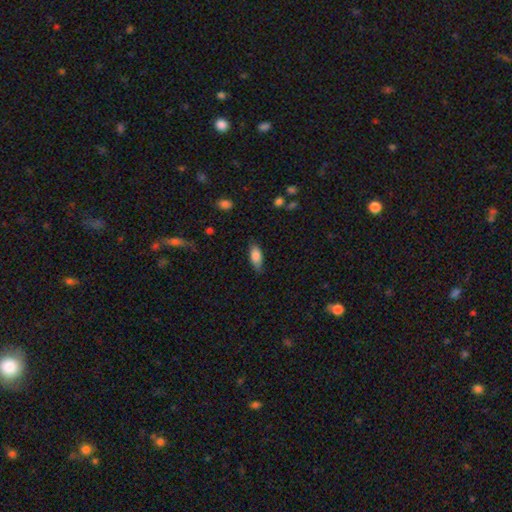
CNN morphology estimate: This appears to be a smooth galaxy with no disk features (82%) that is in between round and cigar-shaped (83%). Merging: none (71%).